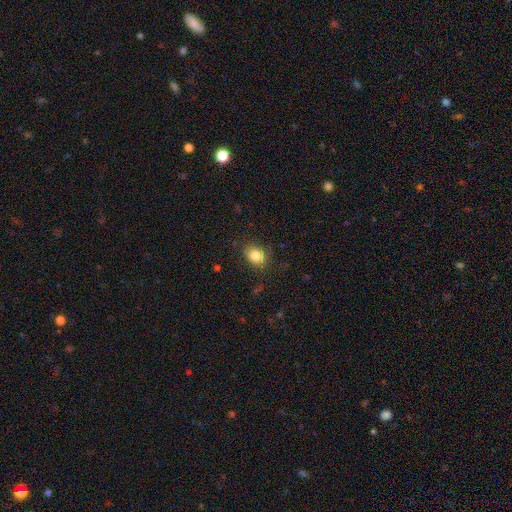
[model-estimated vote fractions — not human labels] This appears to be a smooth galaxy with no disk features (84%) that is in between round and cigar-shaped (61%). Merging: none (82%).